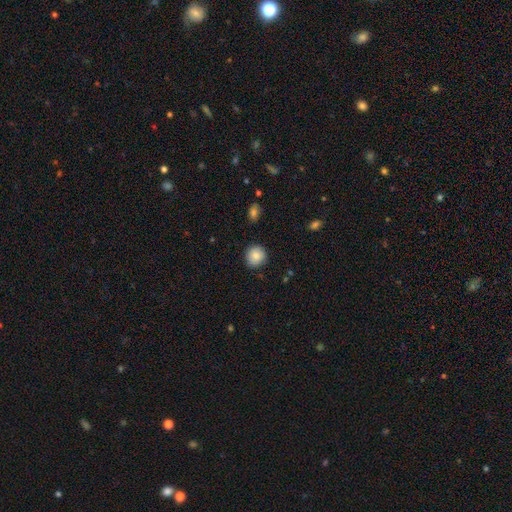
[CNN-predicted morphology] Overall: smooth (85%). How rounded: round (91%). Merging: none (87%).